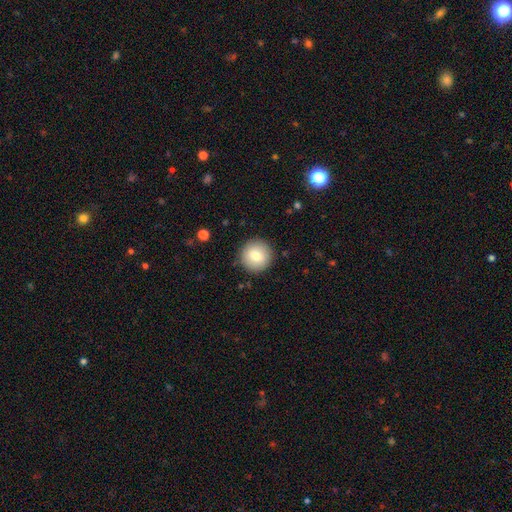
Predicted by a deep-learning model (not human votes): A smooth galaxy with no disk features (79%) that is round (95%). Merging: none (91%).